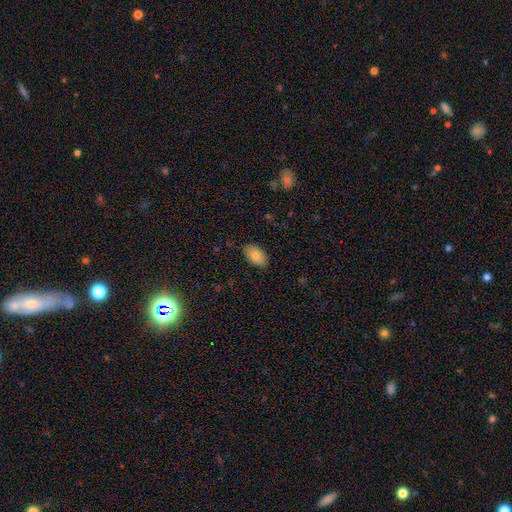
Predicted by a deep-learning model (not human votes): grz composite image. It shows a smooth galaxy with no disk features (85%) that is in between round and cigar-shaped (94%). Merging: none (85%).